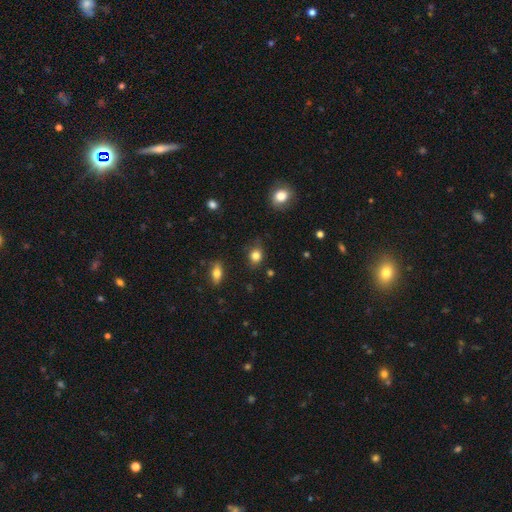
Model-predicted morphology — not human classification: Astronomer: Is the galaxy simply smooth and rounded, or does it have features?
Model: smooth — 83%.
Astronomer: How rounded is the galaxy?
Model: round — 60% (runner-up: in between, 38%).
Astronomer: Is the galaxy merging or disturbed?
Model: none — 76%.